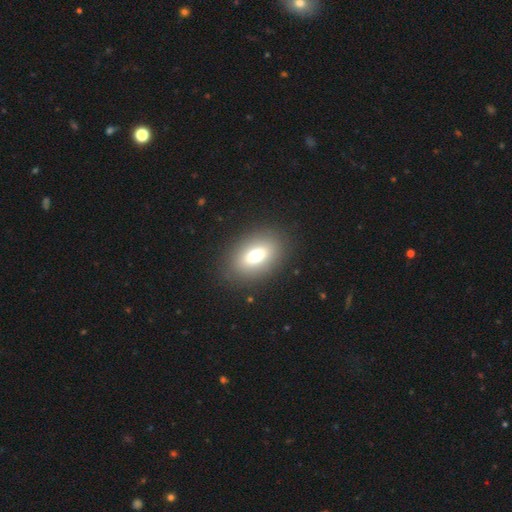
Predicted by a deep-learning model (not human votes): Morphology: type=smooth (73%); roundness=in between (82%); merging=none (87%).